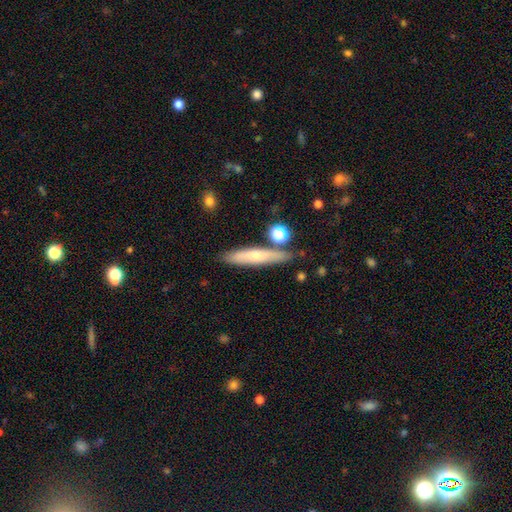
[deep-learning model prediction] This is likely a smooth galaxy (61%). How rounded: clearly cigar-shaped (87%). Merging: likely none (78%).